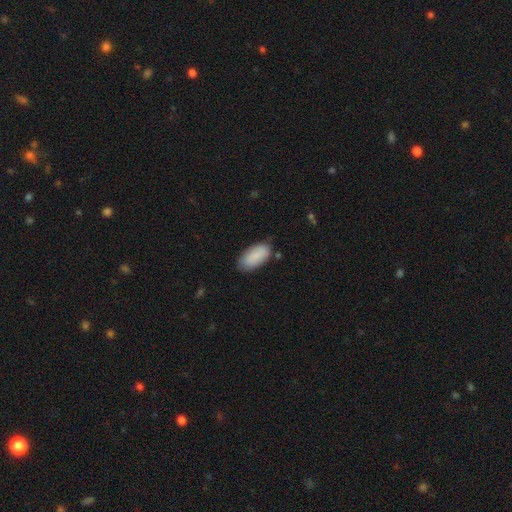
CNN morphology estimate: Smooth or featured?
  - smooth: 88% *
  - featured or disk: 6%
  - star or artifact: 6%
How rounded?
  - in between: 92% *
  - cigar-shaped: 6%
  - round: 2%
Merging?
  - none: 78% *
  - minor disturbance: 16%
  - major disturbance: 3%
  - merger: 2%